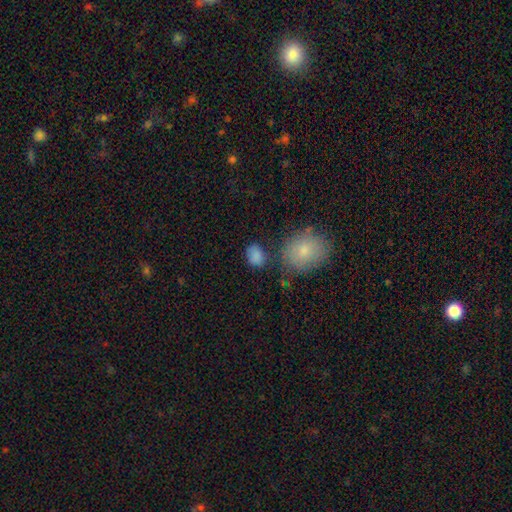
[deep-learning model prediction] Morphology: type=smooth (84%); roundness=in between (66%); merging=none (67%).